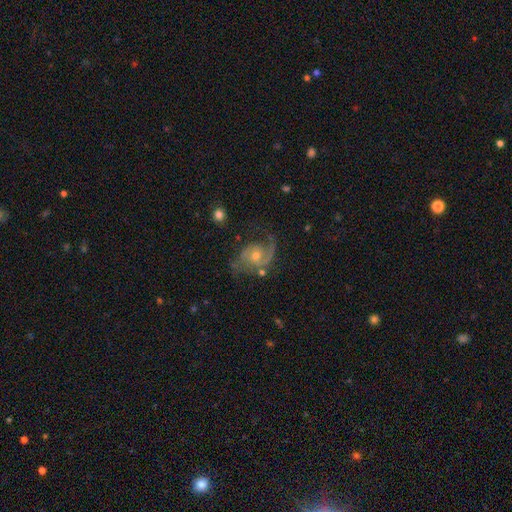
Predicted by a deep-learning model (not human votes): The model was most divided on "bulge size": moderate: 50%, small: 45%, large: 2%, none: 2%, dominant: 1%. Remaining: edge-on disk — no (97%); spiral arms — yes (95%); smooth or featured — featured or disk (85%); spiral arm count — 2 (78%); bar — no (68%); merging — none (59%); spiral winding — medium (49%).